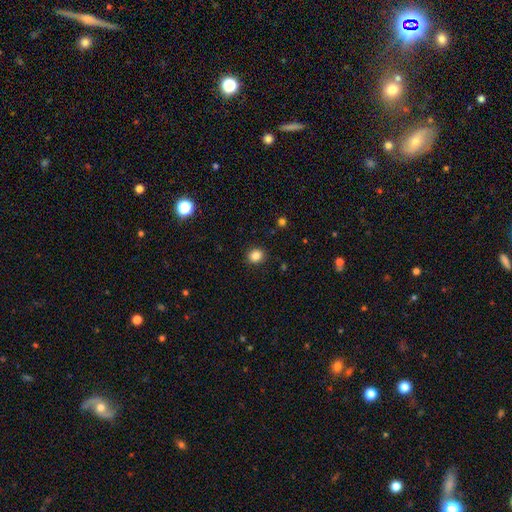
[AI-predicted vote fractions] Q: Smooth or featured?
A: smooth (85%); runner-up: star or artifact (11%)
Q: How rounded?
A: round (74%); runner-up: in between (25%)
Q: Merging?
A: none (91%); runner-up: minor disturbance (6%)